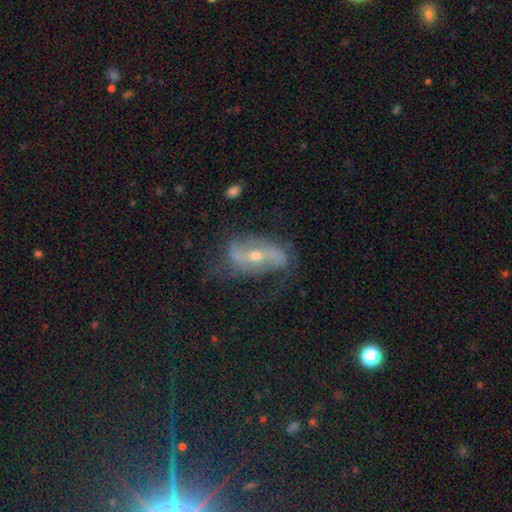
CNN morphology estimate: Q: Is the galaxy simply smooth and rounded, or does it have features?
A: featured or disk — 82%.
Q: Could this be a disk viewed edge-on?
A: no — 93%.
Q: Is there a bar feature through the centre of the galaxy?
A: strong — 40%.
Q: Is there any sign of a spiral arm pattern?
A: yes — 90%.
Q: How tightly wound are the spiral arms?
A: loose — 65%.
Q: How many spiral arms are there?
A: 2 — 87%.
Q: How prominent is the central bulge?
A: small — 55%.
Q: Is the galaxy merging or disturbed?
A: none — 60%.